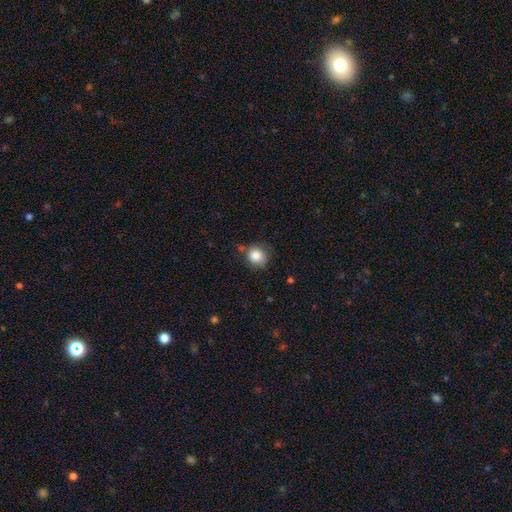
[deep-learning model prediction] smooth 85%, star or artifact 9%, featured or disk 6%. Down the decision tree: how rounded — round (87%); merging — none (70%).